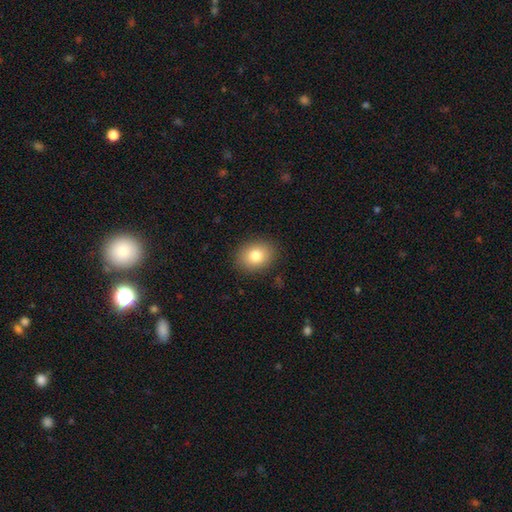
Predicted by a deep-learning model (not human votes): A smooth galaxy with no disk features (81%) that is round (52%).

Vote fractions:
- Smooth or featured? smooth: 81% / featured or disk: 9% / star or artifact: 9%
- How rounded? round: 52% / in between: 47% / cigar-shaped: 1%
- Merging? none: 88% / minor disturbance: 8% / major disturbance: 3% / merger: 1%